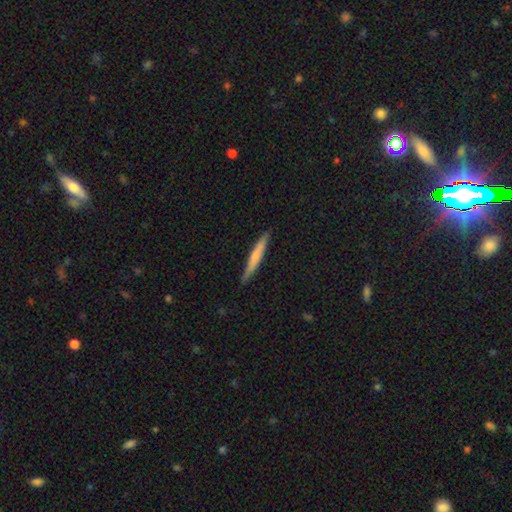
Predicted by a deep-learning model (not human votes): Smooth or featured? Predicted: smooth (p=0.60). How rounded? Predicted: cigar-shaped (p=0.95). Merging? Predicted: none (p=0.86).